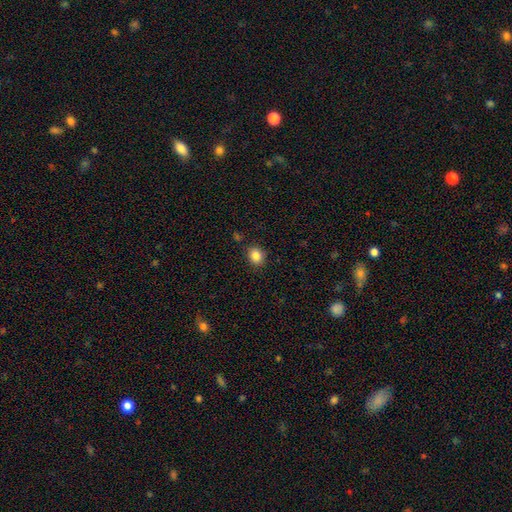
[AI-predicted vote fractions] smooth 85%, star or artifact 10%, featured or disk 5%. Down the decision tree: how rounded — round (63%); merging — none (87%).